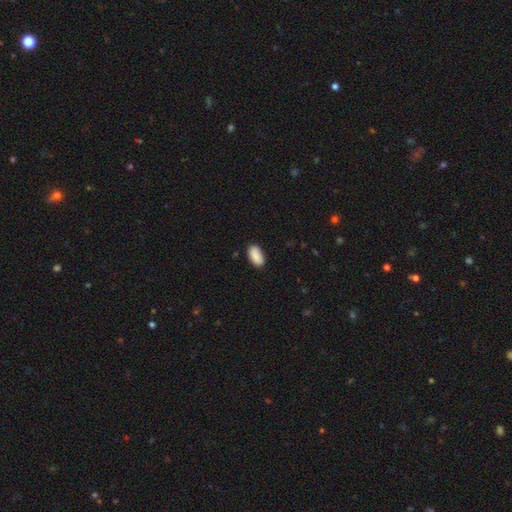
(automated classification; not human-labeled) Q: Smooth or featured?
A: smooth (90%); runner-up: star or artifact (7%)
Q: How rounded?
A: in between (94%); runner-up: round (3%)
Q: Merging?
A: none (85%); runner-up: minor disturbance (12%)